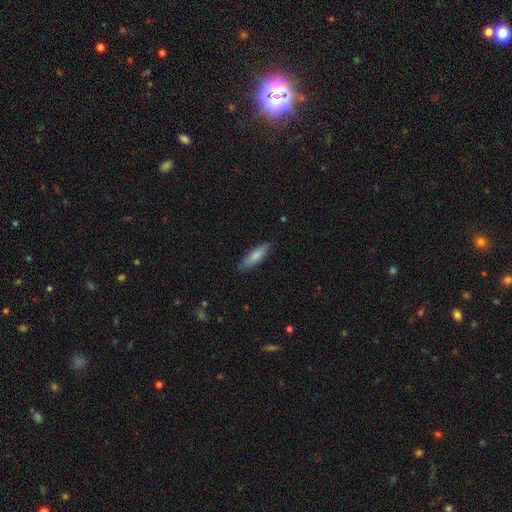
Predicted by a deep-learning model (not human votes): Smooth or featured: smooth — 81% (featured or disk — 14%)
How rounded: cigar-shaped — 54% (in between — 45%)
Merging: none — 84% (minor disturbance — 13%)